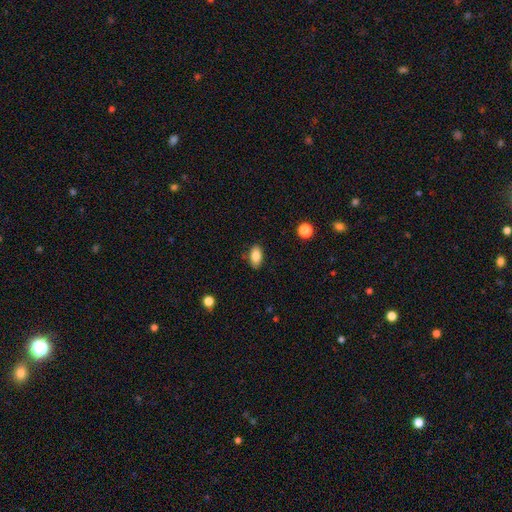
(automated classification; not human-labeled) Smooth or featured?
  - smooth: 86% *
  - star or artifact: 8%
  - featured or disk: 6%
How rounded?
  - in between: 91% *
  - round: 6%
  - cigar-shaped: 3%
Merging?
  - none: 85% *
  - minor disturbance: 11%
  - major disturbance: 2%
  - merger: 2%